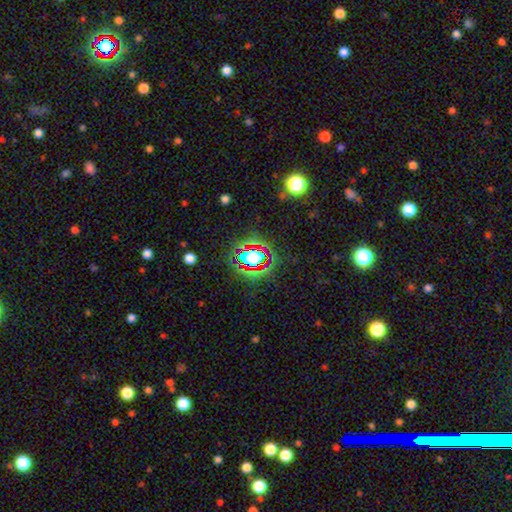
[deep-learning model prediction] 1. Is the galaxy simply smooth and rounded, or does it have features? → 58% star or artifact, 28% smooth, 15% featured or disk.